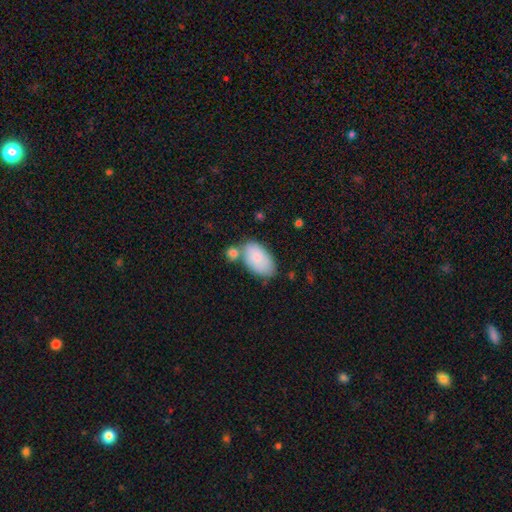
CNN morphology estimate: smooth-or-featured: smooth: 80% | featured or disk: 14% | star or artifact: 6%
  how-rounded: in between: 95% | round: 4% | cigar-shaped: 2%
  merging: none: 55% | merger: 20% | minor disturbance: 19% | major disturbance: 5%